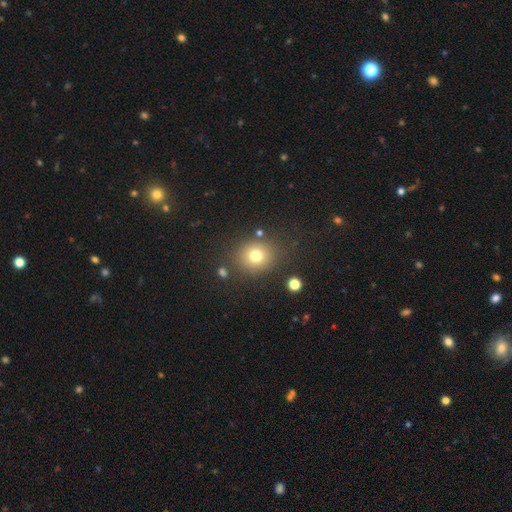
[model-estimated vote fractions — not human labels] A smooth galaxy with no disk features (76%) that is round (81%). Merging: none (81%).